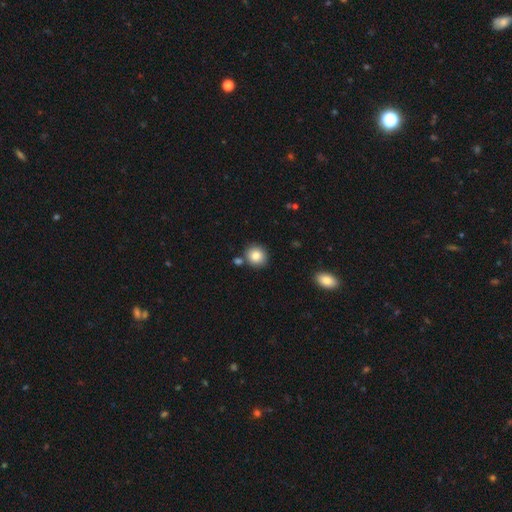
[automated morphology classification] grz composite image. It shows a smooth galaxy with no disk features (84%) that is round (85%). Merging: none (80%).